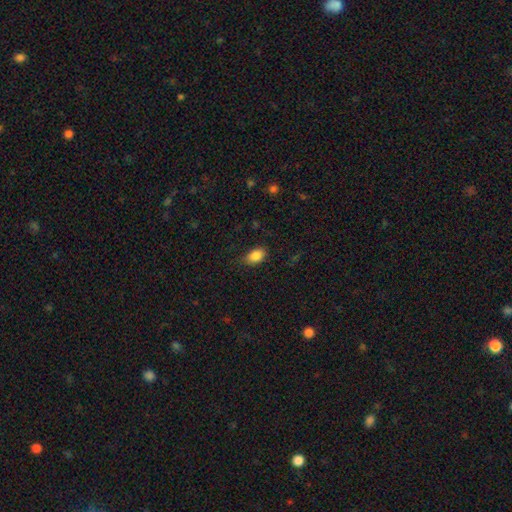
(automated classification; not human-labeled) Overall: smooth (86%). How rounded: in between (83%). Merging: none (76%).